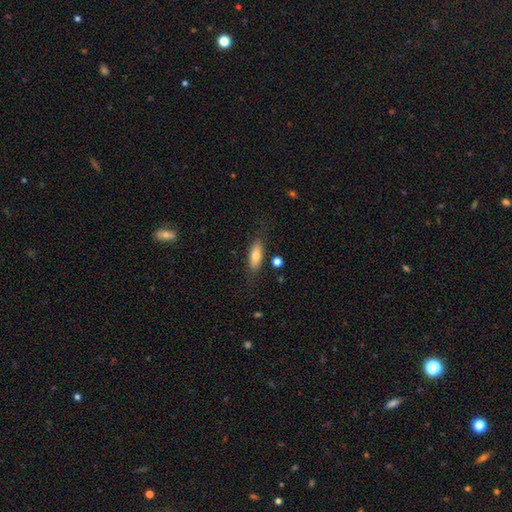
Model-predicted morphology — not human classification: A smooth galaxy with no disk features (75%) that is in between round and cigar-shaped (65%).

Vote fractions:
- Smooth or featured? smooth: 75% / featured or disk: 18% / star or artifact: 7%
- How rounded? in between: 65% / cigar-shaped: 32% / round: 3%
- Merging? none: 79% / minor disturbance: 15% / major disturbance: 4% / merger: 3%